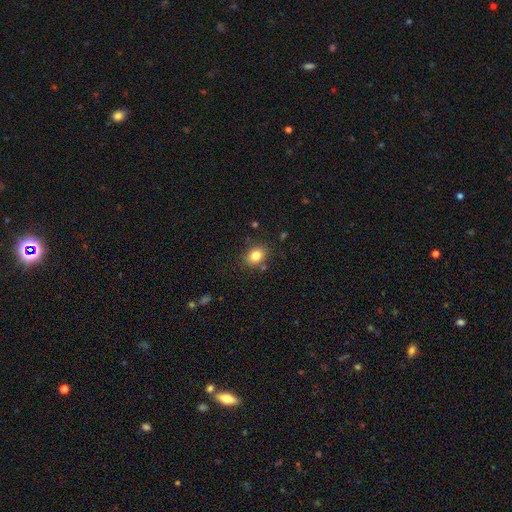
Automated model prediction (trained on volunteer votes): A smooth galaxy with no disk features (82%) that is in between round and cigar-shaped (52%). Merging: none (82%).